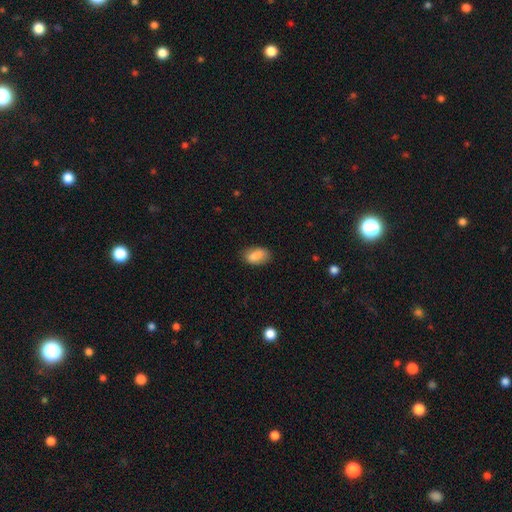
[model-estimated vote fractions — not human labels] Morphology: type=smooth (87%); roundness=in between (91%); merging=none (76%).